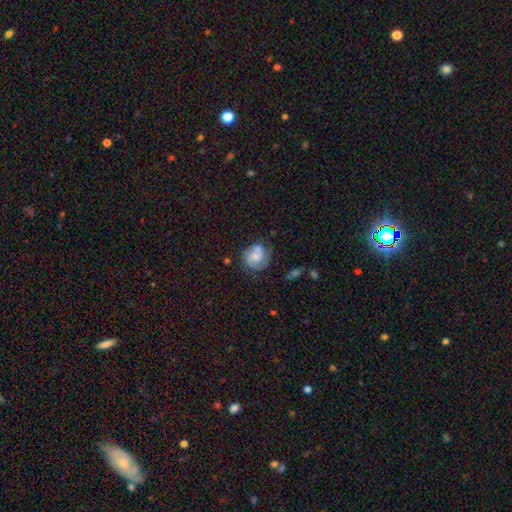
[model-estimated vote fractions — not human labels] A featured or disk galaxy (52%) with no bar (70%), spiral arms (78%) and a moderate central bulge (43%).

Vote fractions:
- Smooth or featured? featured or disk: 52% / smooth: 40% / star or artifact: 8%
- Edge-on disk? no: 98% / yes: 2%
- Bar? no: 70% / weak: 26% / strong: 4%
- Spiral arms? yes: 78% / no: 22%
- Bulge size? moderate: 43% / small: 39% / none: 10% / large: 6% / dominant: 2%
- Merging? none: 53% / minor disturbance: 22% / merger: 16% / major disturbance: 10%